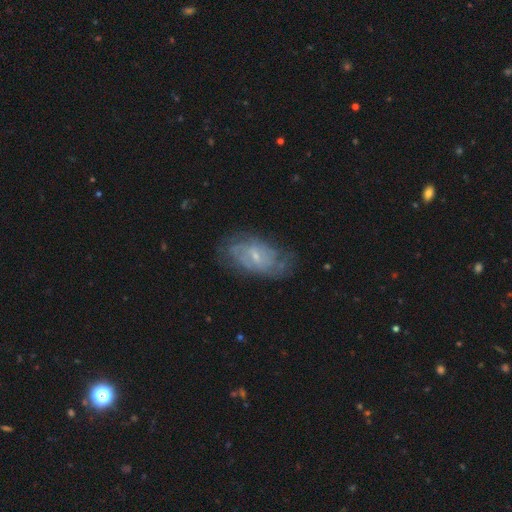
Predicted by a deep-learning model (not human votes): Smooth or featured? Predicted: featured or disk (p=0.71). Edge-on disk? Predicted: no (p=0.94). Bar? Predicted: weak (p=0.50). Spiral arms? Predicted: yes (p=0.85). Spiral winding? Predicted: tight (p=0.50). Spiral arm count? Predicted: can't tell (p=0.48). Bulge size? Predicted: small (p=0.67). Merging? Predicted: none (p=0.69).